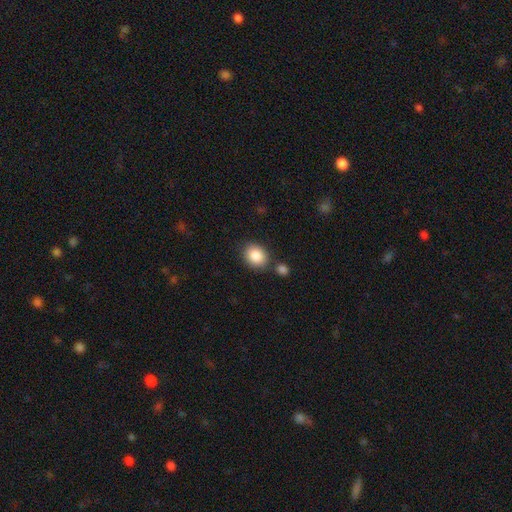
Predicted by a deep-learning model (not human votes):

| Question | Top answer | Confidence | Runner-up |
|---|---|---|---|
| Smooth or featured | smooth | 87% | star or artifact (8%) |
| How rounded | round | 59% | in between (40%) |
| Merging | none | 74% | minor disturbance (11%) |